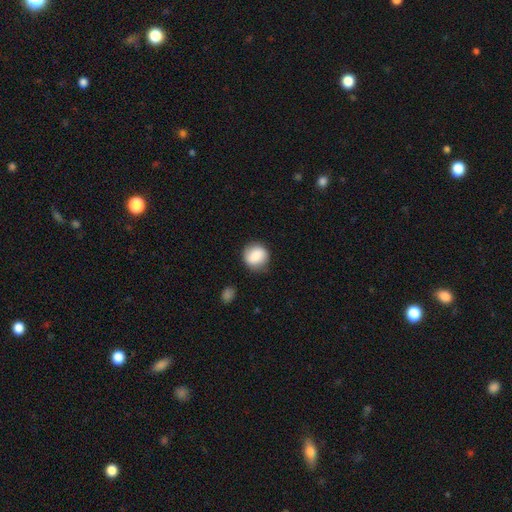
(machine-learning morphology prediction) Smooth or featured?
  - smooth: 83% *
  - featured or disk: 10%
  - star or artifact: 8%
How rounded?
  - round: 86% *
  - in between: 13%
  - cigar-shaped: 1%
Merging?
  - none: 79% *
  - minor disturbance: 15%
  - major disturbance: 4%
  - merger: 2%